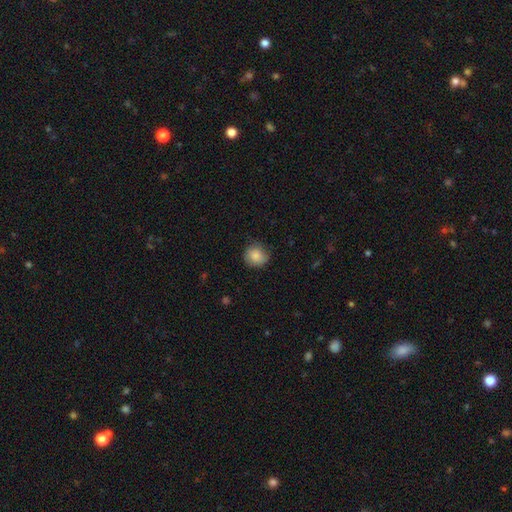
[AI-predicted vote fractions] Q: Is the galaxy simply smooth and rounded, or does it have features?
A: smooth — 85%.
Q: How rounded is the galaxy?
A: round — 89%.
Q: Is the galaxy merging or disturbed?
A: none — 78%.